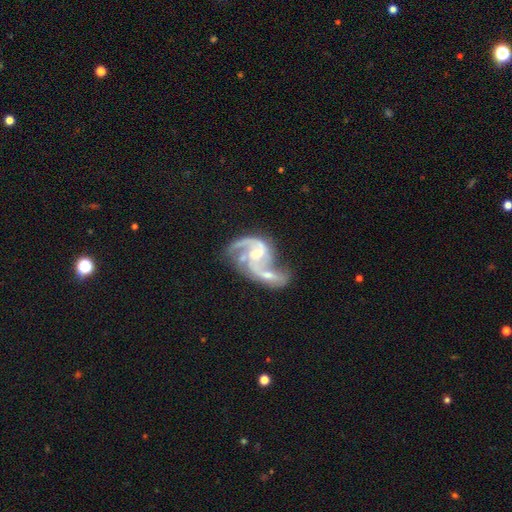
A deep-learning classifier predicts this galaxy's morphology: Overall: featured or disk (88%). Edge-on disk: no (97%). Bar: weak (42%, tied with no). Spiral arms: yes (95%). Spiral arm count: 2 (83%). Spiral winding: loose (47%; medium 41%). Bulge size: small (52%; moderate 38%). Merging: merger (47%; none 27%).